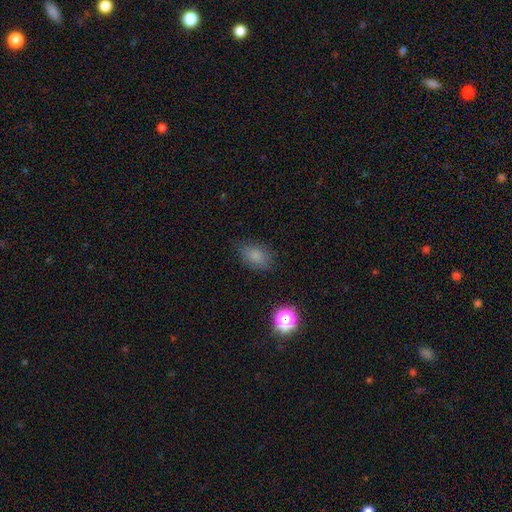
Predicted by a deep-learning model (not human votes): The model was most divided on "how rounded": in between: 80%, round: 18%, cigar-shaped: 2%. More confident: smooth or featured — smooth (79%); merging — none (78%).